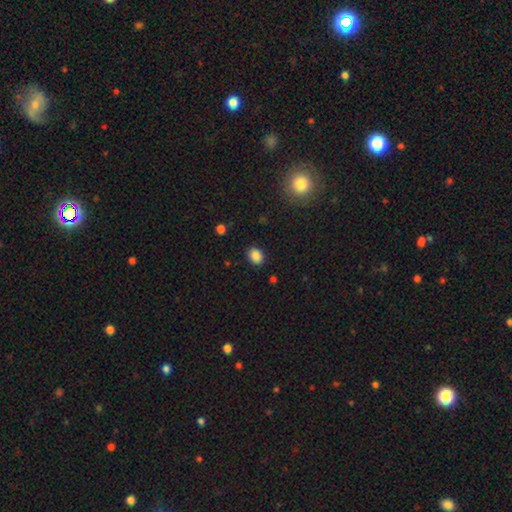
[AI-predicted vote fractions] smooth-or-featured: smooth: 87% | star or artifact: 10% | featured or disk: 4%
  how-rounded: in between: 67% | round: 32% | cigar-shaped: 1%
  merging: none: 88% | minor disturbance: 9% | major disturbance: 2% | merger: 1%